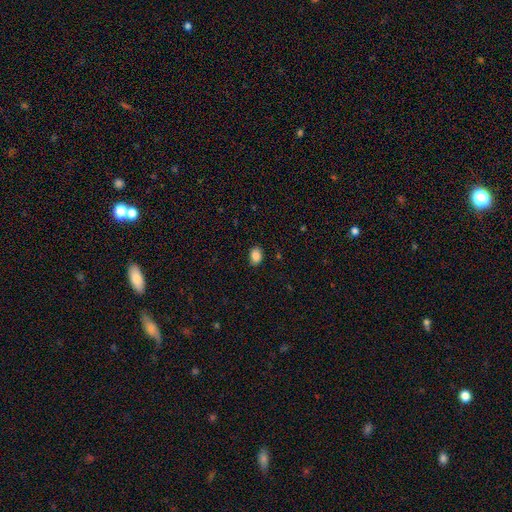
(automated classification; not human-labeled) smooth-or-featured: smooth: 87% | star or artifact: 9% | featured or disk: 4%
  how-rounded: in between: 76% | round: 23% | cigar-shaped: 1%
  merging: none: 88% | minor disturbance: 9% | major disturbance: 2% | merger: 1%